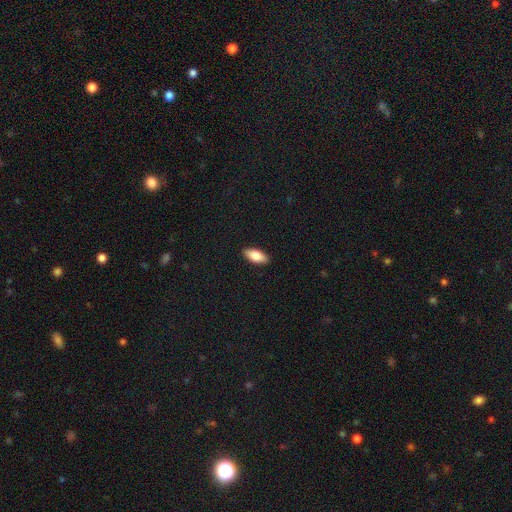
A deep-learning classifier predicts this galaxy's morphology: Smooth or featured? smooth (82%)
How rounded? in between (85%)
Merging? none (90%)